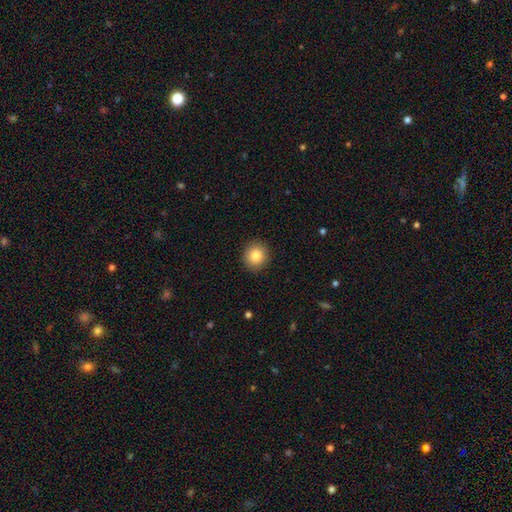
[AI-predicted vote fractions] Overall: smooth (86%). How rounded: round (89%). Merging: none (91%).